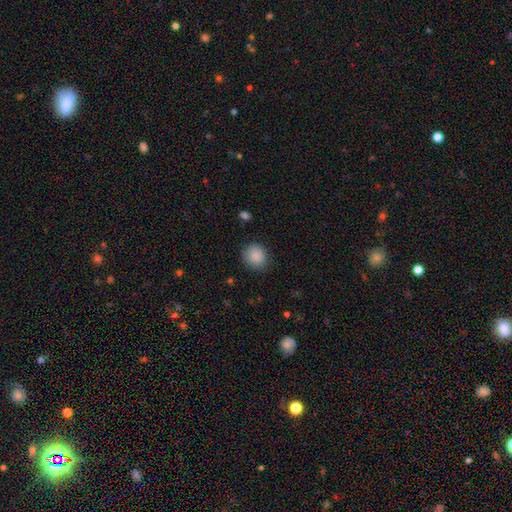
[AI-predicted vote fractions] This appears to be a smooth galaxy with no disk features (88%) that is round (82%). Merging: none (83%).